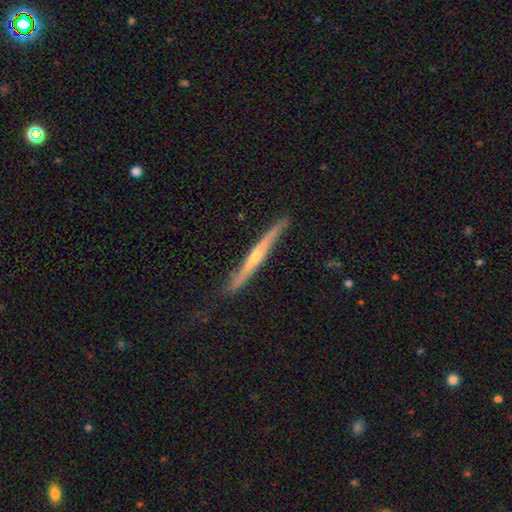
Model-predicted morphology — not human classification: This is likely a featured or disk galaxy (65%). It is clearly viewed edge-on (94%). Edge-on bulge: possibly none (47%). Merging: likely none (76%).